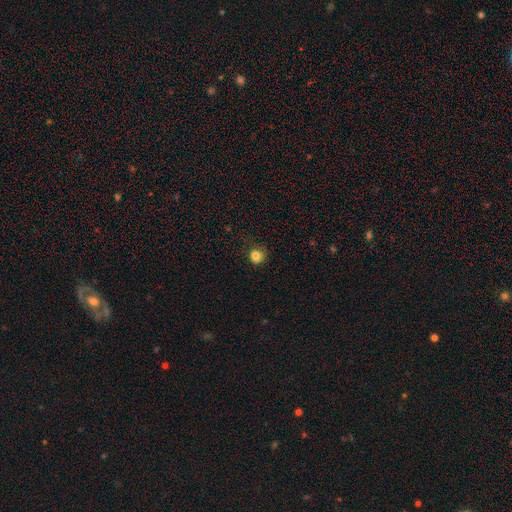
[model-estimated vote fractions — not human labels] smooth 80%, star or artifact 12%, featured or disk 8%. Down the decision tree: how rounded — round (84%); merging — none (65%).